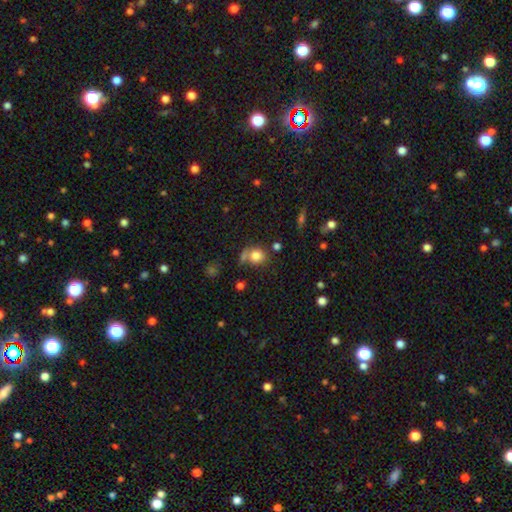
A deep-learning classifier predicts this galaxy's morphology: The model was most divided on "merging": none: 56%, merger: 20%, minor disturbance: 16%, major disturbance: 8%. More confident: smooth or featured — smooth (80%); how rounded — round (72%).